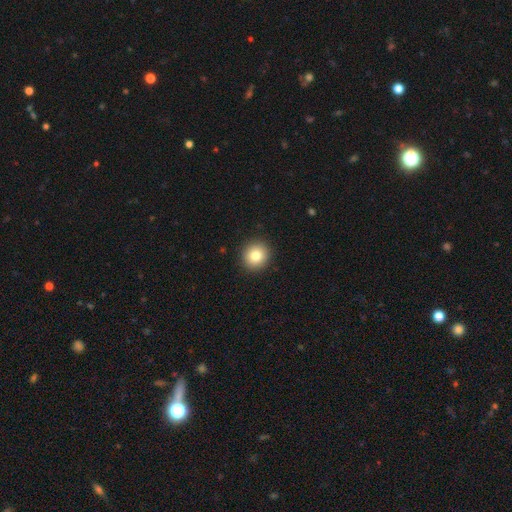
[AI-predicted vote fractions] Morphology: type=smooth (82%); roundness=round (90%); merging=none (92%).